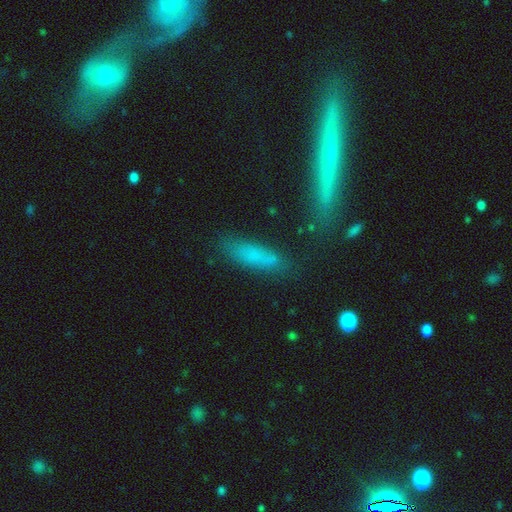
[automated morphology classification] Smooth or featured: smooth — 74% (featured or disk — 15%)
How rounded: cigar-shaped — 67% (in between — 30%)
Merging: none — 74% (minor disturbance — 16%)